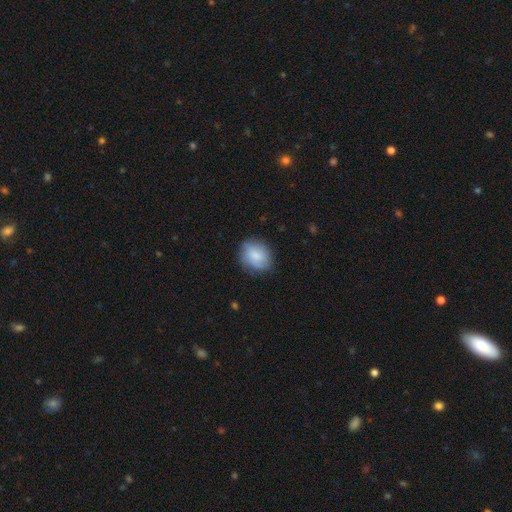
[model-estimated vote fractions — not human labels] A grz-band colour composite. It shows a smooth galaxy with no disk features (82%) that is round (52%). Merging: none (77%).